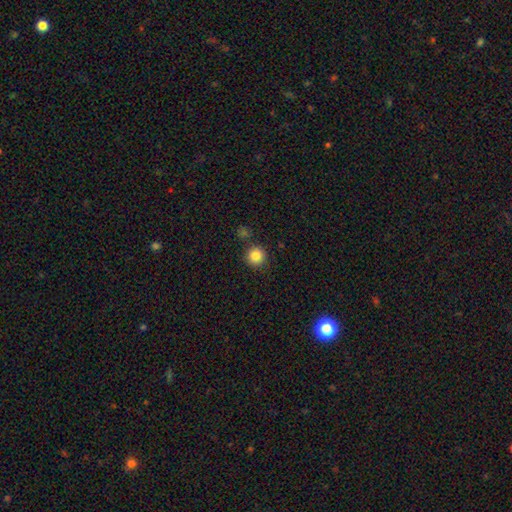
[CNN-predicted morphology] type=smooth (85%); roundness=round (94%); merging=none (85%).